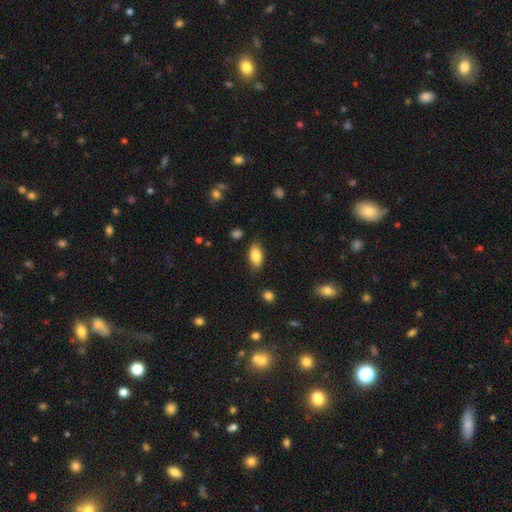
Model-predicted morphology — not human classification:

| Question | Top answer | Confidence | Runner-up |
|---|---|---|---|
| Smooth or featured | smooth | 84% | featured or disk (9%) |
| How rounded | in between | 90% | cigar-shaped (6%) |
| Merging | none | 82% | minor disturbance (14%) |